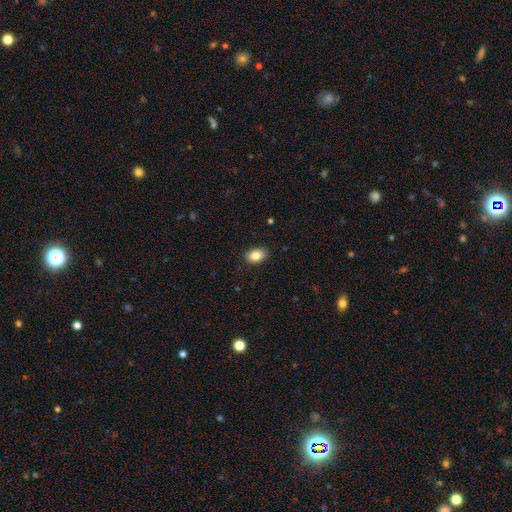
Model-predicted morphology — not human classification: smooth_or_featured: smooth (p=0.85) [alt: star or artifact p=0.08]
how_rounded: in between (p=0.85) [alt: round p=0.14]
merging: none (p=0.87) [alt: minor disturbance p=0.10]